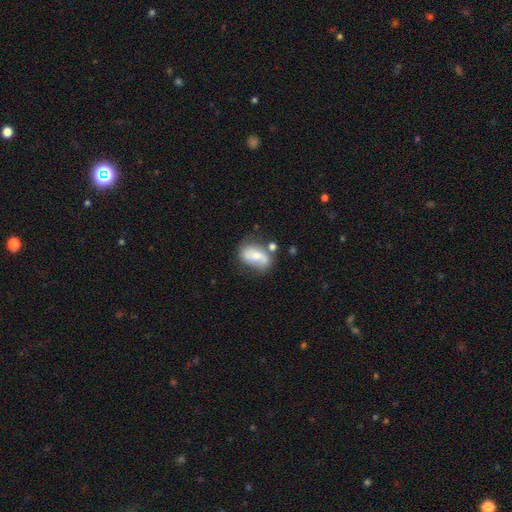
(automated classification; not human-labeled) Overall: smooth (48%; featured or disk 44%). Merging: none (50%; minor disturbance 26%).